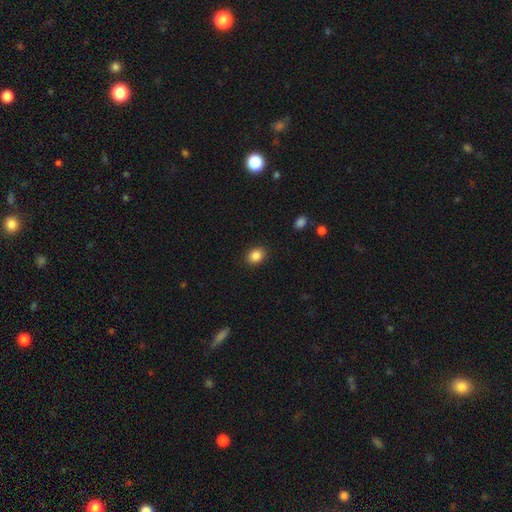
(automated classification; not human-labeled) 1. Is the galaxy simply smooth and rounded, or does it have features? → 87% smooth, 9% star or artifact, 4% featured or disk.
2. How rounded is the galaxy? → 51% in between, 48% round, 1% cigar-shaped.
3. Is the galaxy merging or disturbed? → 89% none, 8% minor disturbance, 2% major disturbance, 1% merger.